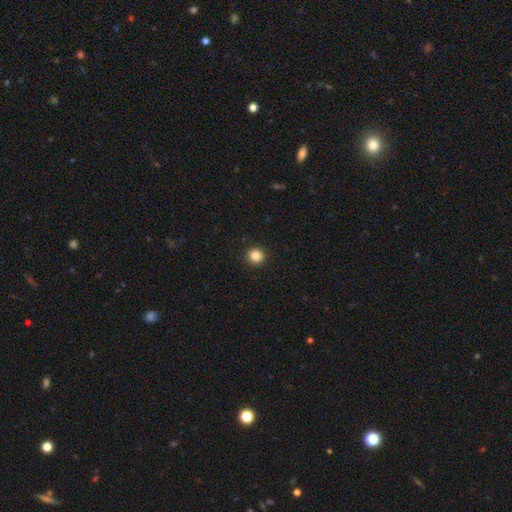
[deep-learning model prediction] Smooth or featured? smooth (86%)
How rounded? round (94%)
Merging? none (93%)